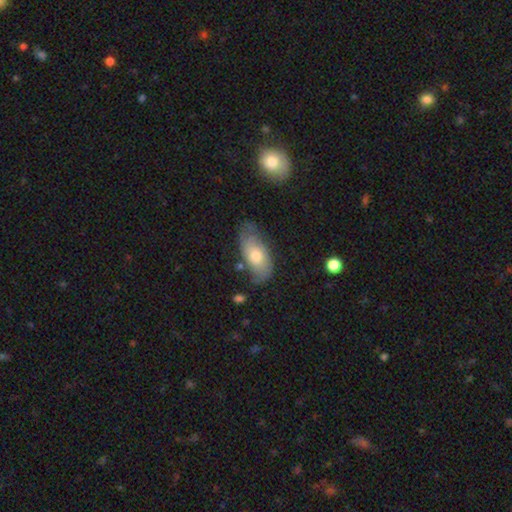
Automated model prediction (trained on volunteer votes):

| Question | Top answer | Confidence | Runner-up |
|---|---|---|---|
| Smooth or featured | smooth | 52% | featured or disk (41%) |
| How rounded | in between | 90% | cigar-shaped (7%) |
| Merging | none | 61% | minor disturbance (27%) |